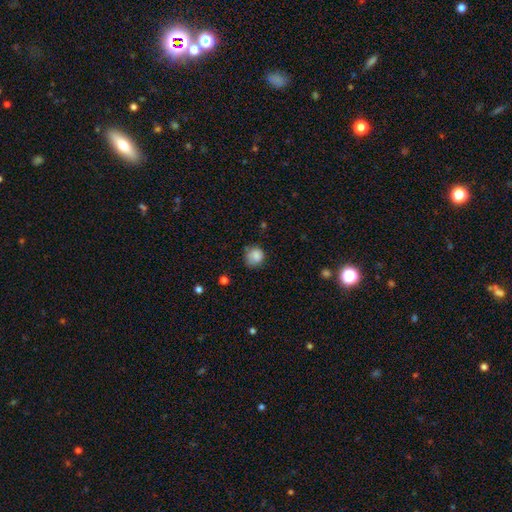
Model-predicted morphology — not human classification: The model was most divided on "merging": none: 63%, minor disturbance: 27%, major disturbance: 7%, merger: 3%. More confident: smooth or featured — smooth (84%); how rounded — round (79%).